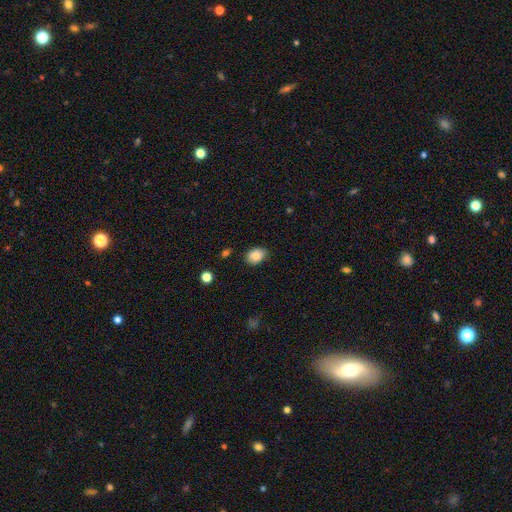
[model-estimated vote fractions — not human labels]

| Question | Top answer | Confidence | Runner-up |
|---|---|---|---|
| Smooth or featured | smooth | 86% | star or artifact (8%) |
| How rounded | in between | 70% | round (29%) |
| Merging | none | 79% | minor disturbance (16%) |